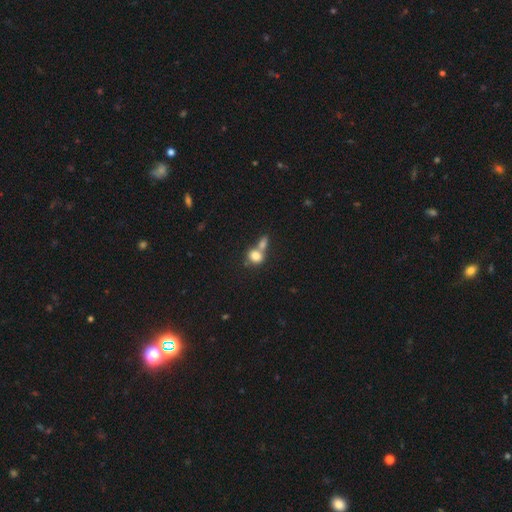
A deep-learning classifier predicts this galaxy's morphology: type=smooth (79%); roundness=round (56%); merging=merger (56%).